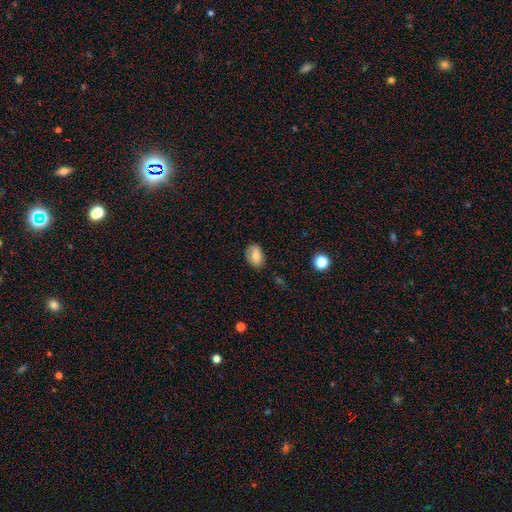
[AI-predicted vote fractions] smooth-or-featured: smooth: 74% | featured or disk: 18% | star or artifact: 9%
  how-rounded: in between: 85% | round: 13% | cigar-shaped: 1%
  merging: none: 75% | minor disturbance: 19% | major disturbance: 4% | merger: 1%